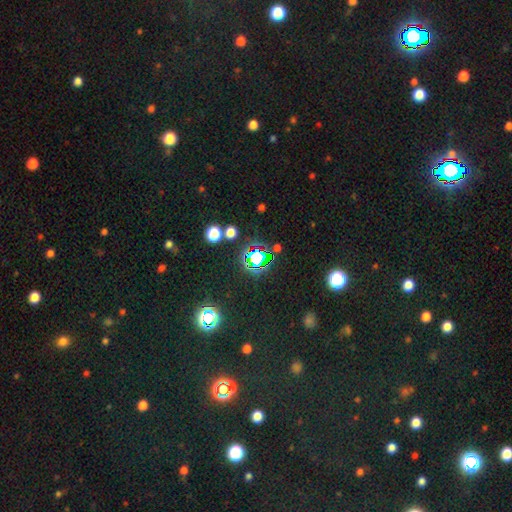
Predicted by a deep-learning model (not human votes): smooth-or-featured: star or artifact: 67% | smooth: 23% | featured or disk: 10%